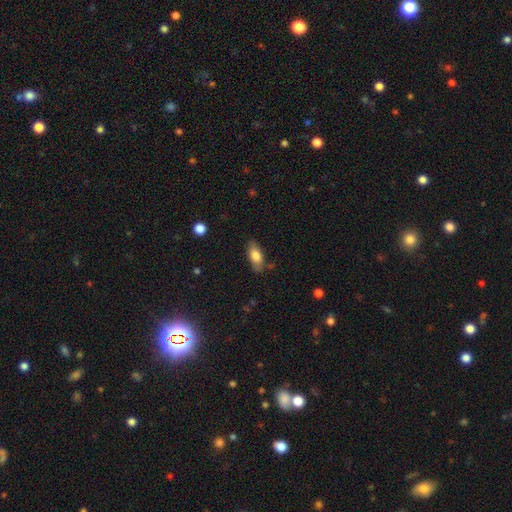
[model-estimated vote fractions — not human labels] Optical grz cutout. It shows a smooth galaxy with no disk features (78%) that is in between round and cigar-shaped (82%). Merging: none (78%).